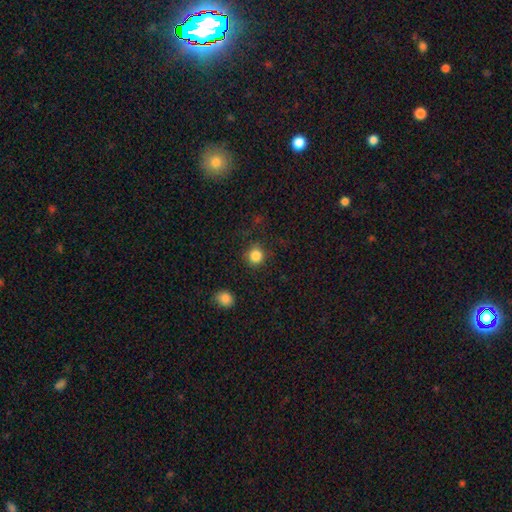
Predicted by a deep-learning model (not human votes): This appears to be a smooth galaxy with no disk features (85%) that is round (92%). Merging: none (84%).